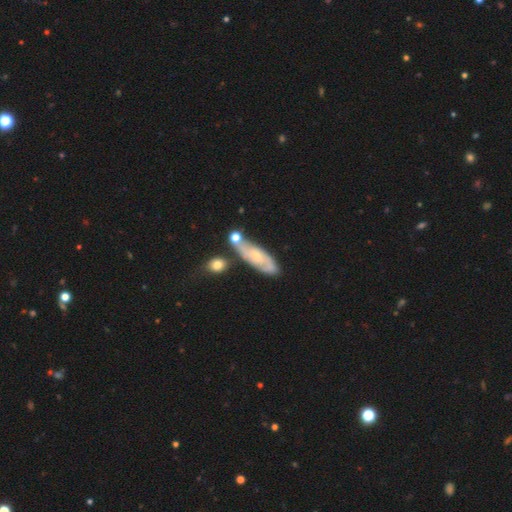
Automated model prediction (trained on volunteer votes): Morphology: type=featured or disk (65%); edge-on=no (82%); bar=no (71%); spiral arms=yes (79%); bulge=small (60%); merging=none (57%).